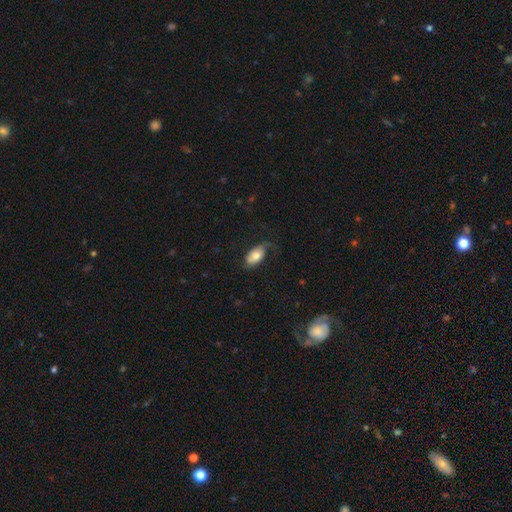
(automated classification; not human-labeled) Morphology: type=smooth (62%); roundness=in between (93%); merging=none (52%).